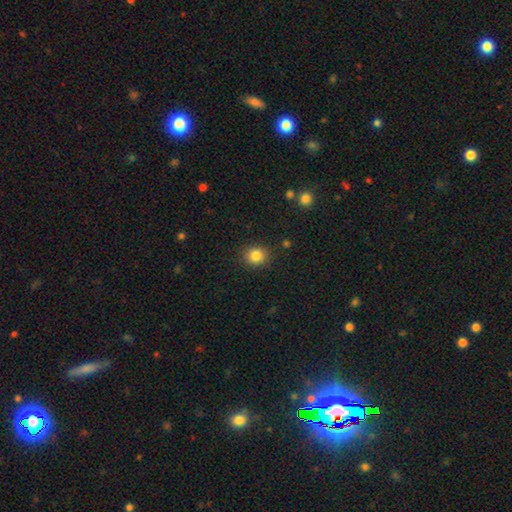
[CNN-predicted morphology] type=smooth (83%); roundness=round (79%); merging=none (88%).